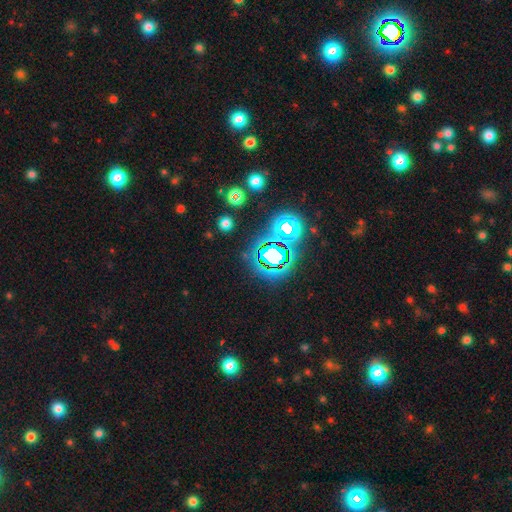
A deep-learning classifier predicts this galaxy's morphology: A star or artifact, not a galaxy (75%).